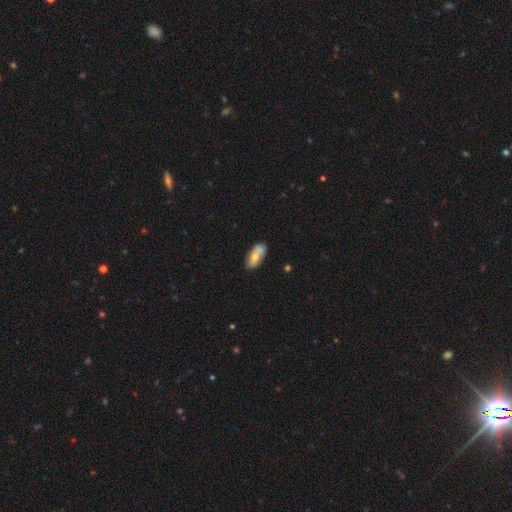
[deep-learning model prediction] smooth-or-featured: smooth: 63% | featured or disk: 30% | star or artifact: 6%
  how-rounded: in between: 86% | cigar-shaped: 11% | round: 3%
  merging: none: 59% | merger: 20% | minor disturbance: 17% | major disturbance: 4%